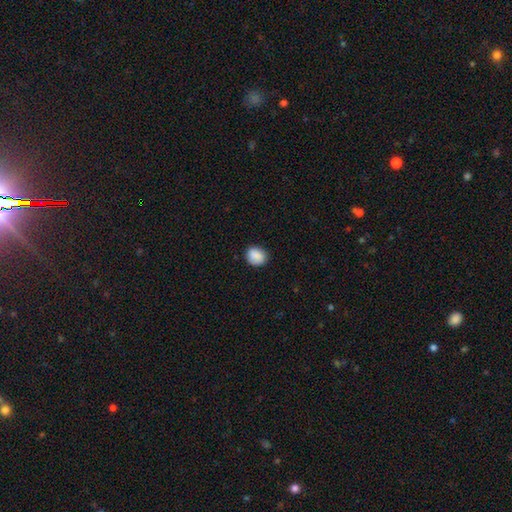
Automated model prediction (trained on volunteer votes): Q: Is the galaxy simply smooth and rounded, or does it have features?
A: smooth — 88%.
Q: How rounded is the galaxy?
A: round — 63%.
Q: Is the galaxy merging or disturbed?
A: none — 84%.